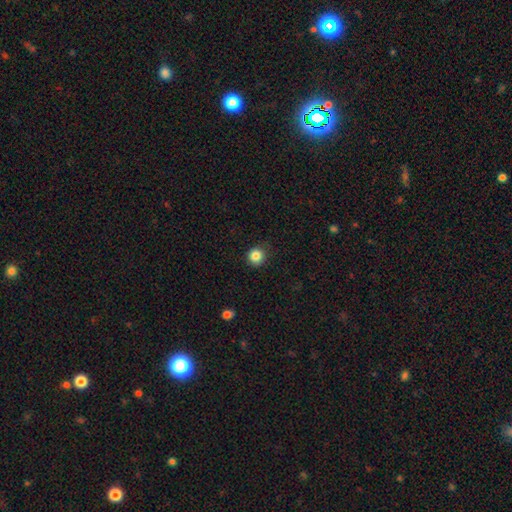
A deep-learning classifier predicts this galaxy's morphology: This is clearly a smooth galaxy (86%). How rounded: clearly round (93%). Merging: clearly none (87%).